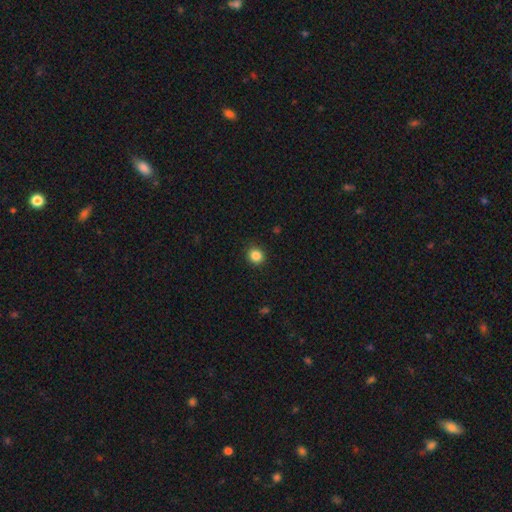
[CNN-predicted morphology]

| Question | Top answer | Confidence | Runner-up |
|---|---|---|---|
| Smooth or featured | smooth | 85% | star or artifact (11%) |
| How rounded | round | 87% | in between (12%) |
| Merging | none | 91% | minor disturbance (6%) |